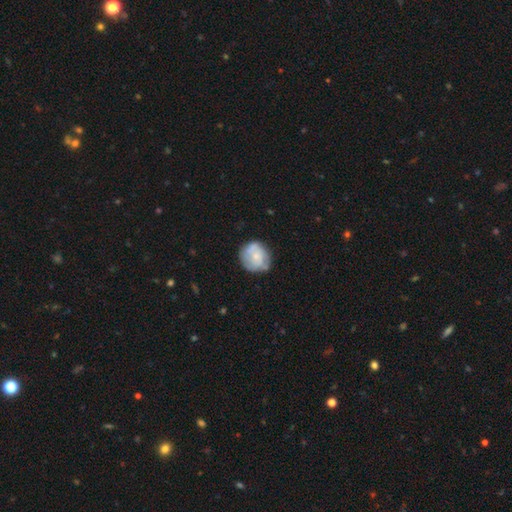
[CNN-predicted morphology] smooth_or_featured: smooth (p=0.51) [alt: featured or disk p=0.42]
how_rounded: round (p=0.83) [alt: in between p=0.16]
merging: none (p=0.66) [alt: minor disturbance p=0.24]